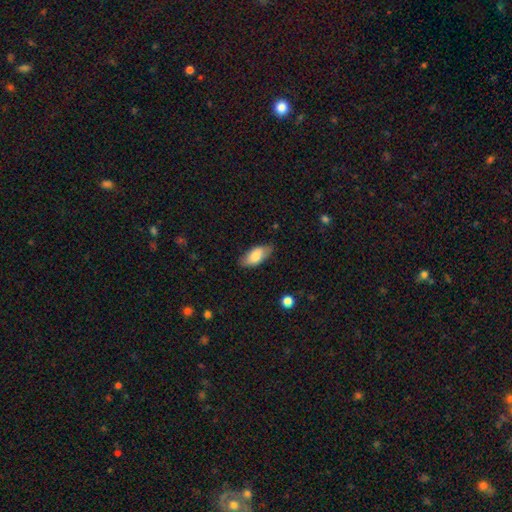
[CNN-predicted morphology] Q: Smooth or featured?
A: smooth (81%); runner-up: featured or disk (13%)
Q: How rounded?
A: in between (89%); runner-up: cigar-shaped (9%)
Q: Merging?
A: none (79%); runner-up: minor disturbance (16%)